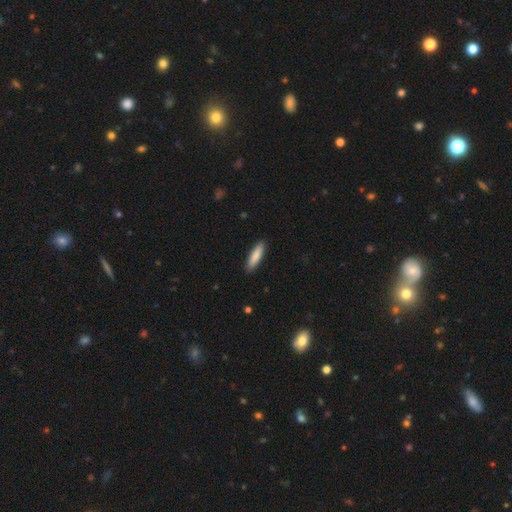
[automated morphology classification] A smooth galaxy with no disk features (86%) that is cigar-shaped (74%).

Vote fractions:
- Smooth or featured? smooth: 86% / featured or disk: 9% / star or artifact: 5%
- How rounded? cigar-shaped: 74% / in between: 24% / round: 1%
- Merging? none: 90% / minor disturbance: 7% / major disturbance: 2% / merger: 1%